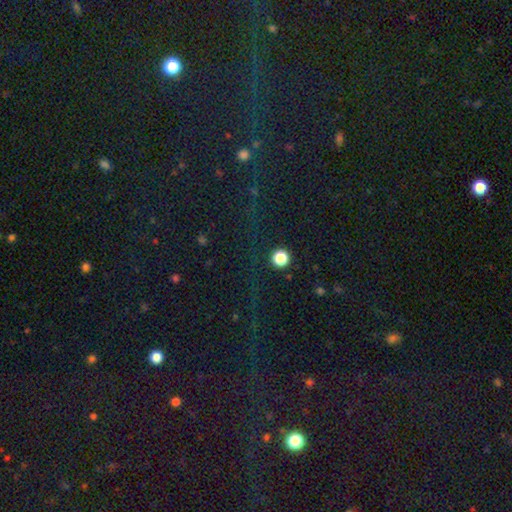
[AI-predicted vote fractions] A star or artifact, not a galaxy (77%).